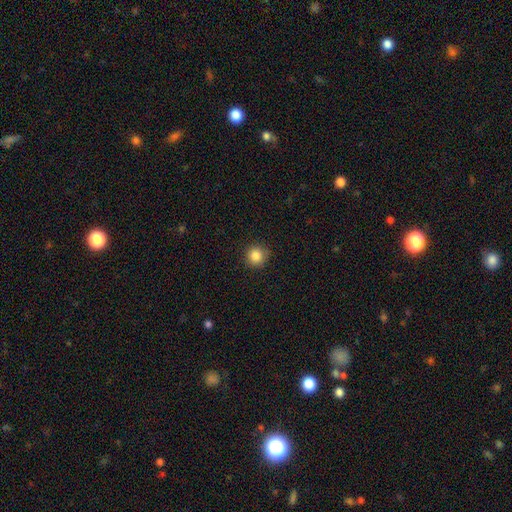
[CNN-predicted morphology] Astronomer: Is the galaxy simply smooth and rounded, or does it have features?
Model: smooth — 86%.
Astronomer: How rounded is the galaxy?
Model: round — 94%.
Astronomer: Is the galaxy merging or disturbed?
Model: none — 90%.